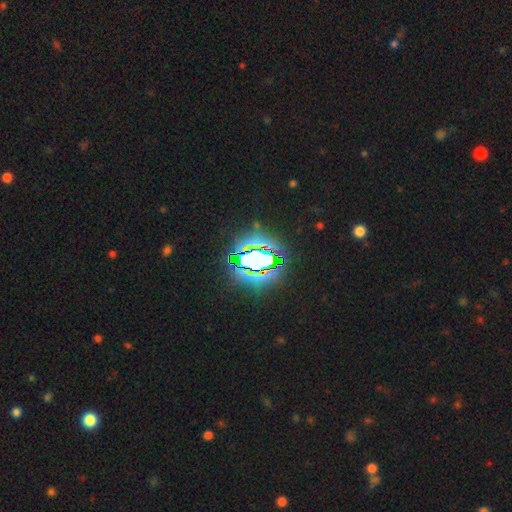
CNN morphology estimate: star or artifact 66%, smooth 20%, featured or disk 14%.